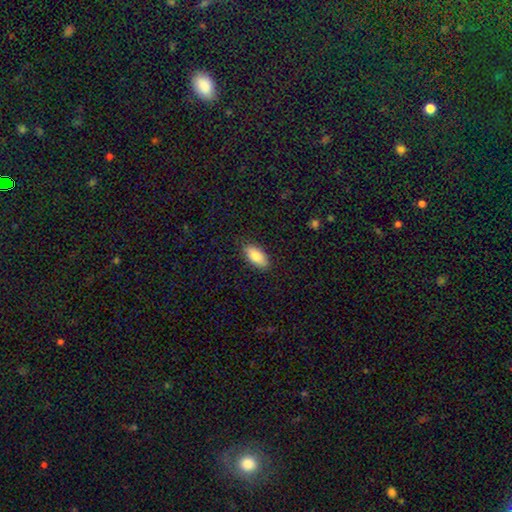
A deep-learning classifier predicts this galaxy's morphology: This is clearly a smooth galaxy (81%). How rounded: clearly in between (89%). Merging: clearly none (87%).